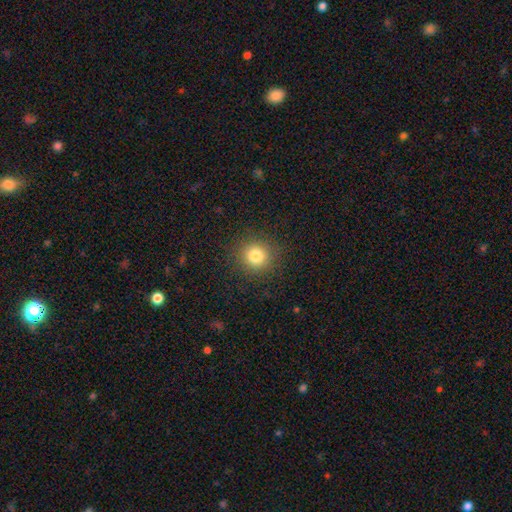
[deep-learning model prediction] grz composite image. It shows a smooth galaxy with no disk features (81%) that is round (92%). Merging: none (90%).